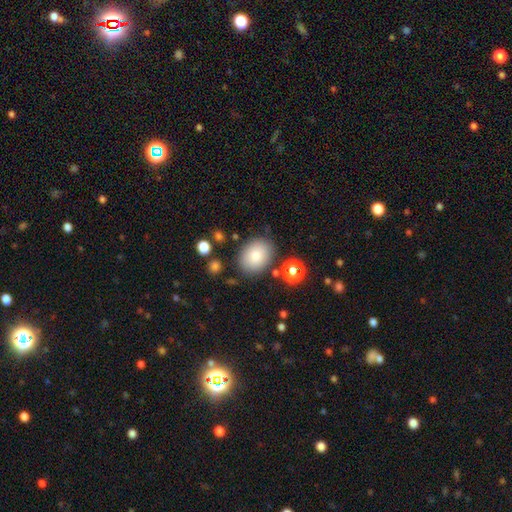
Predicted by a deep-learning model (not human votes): This is clearly a smooth galaxy (81%). How rounded: likely in between (61%). Merging: clearly none (81%).